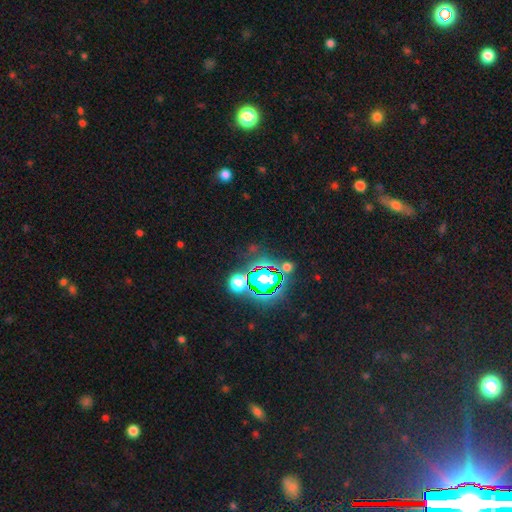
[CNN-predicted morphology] Q: Smooth or featured?
A: star or artifact (80%); runner-up: smooth (12%)